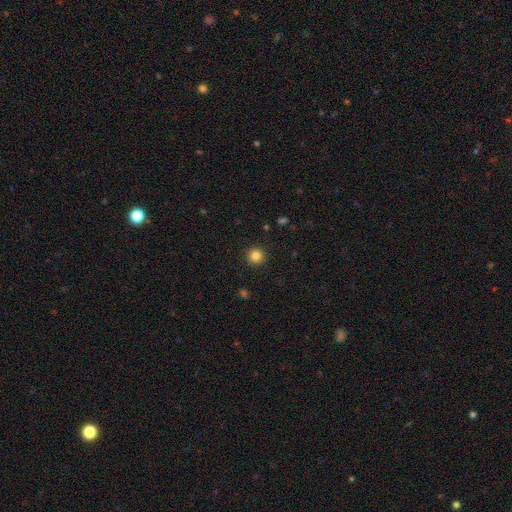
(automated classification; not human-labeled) smooth 84%, star or artifact 11%, featured or disk 4%. Down the decision tree: how rounded — round (95%); merging — none (92%).